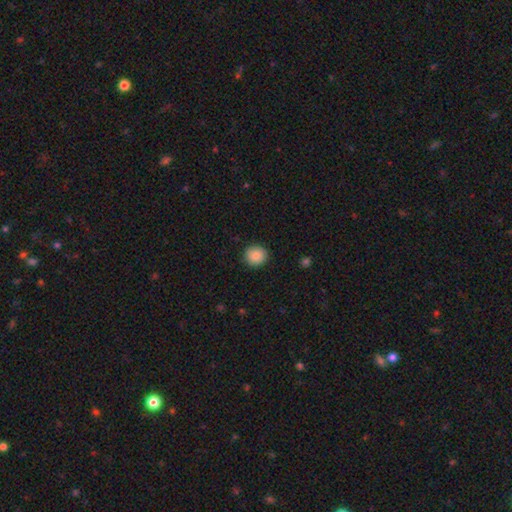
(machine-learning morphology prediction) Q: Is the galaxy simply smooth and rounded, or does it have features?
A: smooth — 86%.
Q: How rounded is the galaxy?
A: round — 91%.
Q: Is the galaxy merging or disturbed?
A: none — 90%.